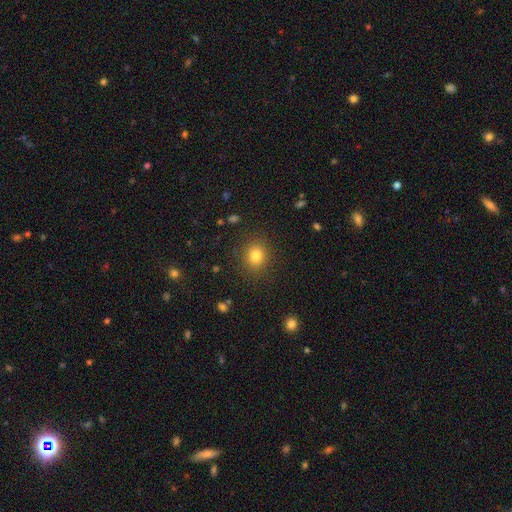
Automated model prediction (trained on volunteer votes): A smooth galaxy with no disk features (81%) that is round (69%).

Vote fractions:
- Smooth or featured? smooth: 81% / star or artifact: 12% / featured or disk: 7%
- How rounded? round: 69% / in between: 30% / cigar-shaped: 1%
- Merging? none: 87% / minor disturbance: 8% / major disturbance: 3% / merger: 1%